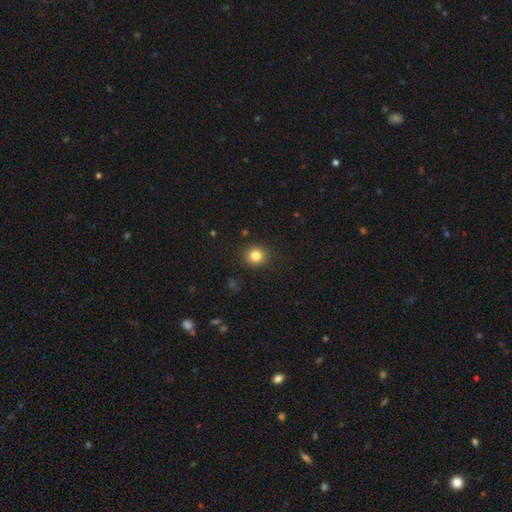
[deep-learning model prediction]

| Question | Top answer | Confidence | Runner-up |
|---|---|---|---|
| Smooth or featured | smooth | 83% | star or artifact (12%) |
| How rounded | round | 87% | in between (12%) |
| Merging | none | 90% | minor disturbance (7%) |